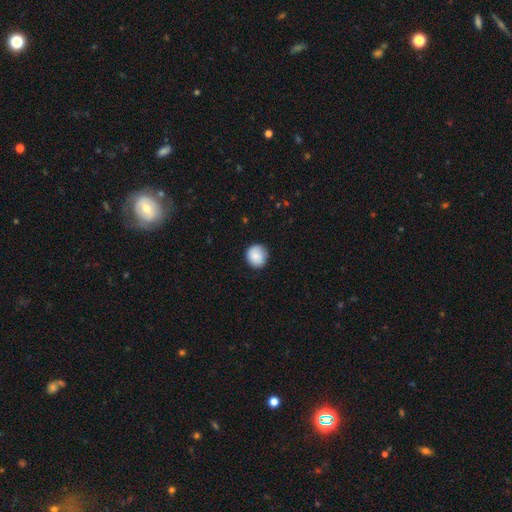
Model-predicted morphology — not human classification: smooth_or_featured: smooth (p=0.85) [alt: featured or disk p=0.08]
how_rounded: round (p=0.88) [alt: in between p=0.11]
merging: none (p=0.85) [alt: minor disturbance p=0.12]